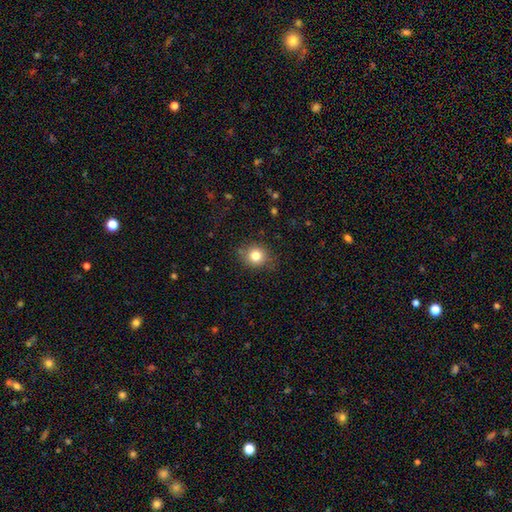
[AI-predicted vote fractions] Q: Smooth or featured?
A: smooth (81%); runner-up: star or artifact (11%)
Q: How rounded?
A: round (79%); runner-up: in between (20%)
Q: Merging?
A: none (81%); runner-up: minor disturbance (14%)